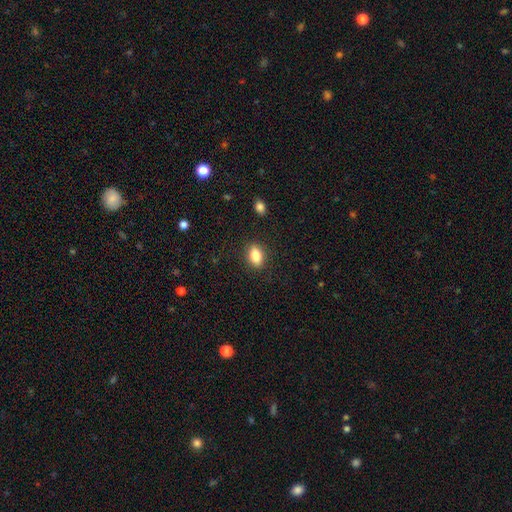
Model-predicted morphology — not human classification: A smooth galaxy with no disk features (83%) that is in between round and cigar-shaped (83%). Merging: none (87%).